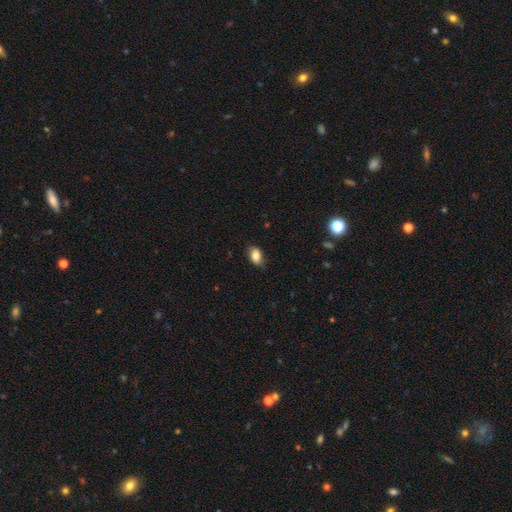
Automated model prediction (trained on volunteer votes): Smooth or featured? Predicted: smooth (p=0.83). How rounded? Predicted: in between (p=0.84). Merging? Predicted: none (p=0.78).